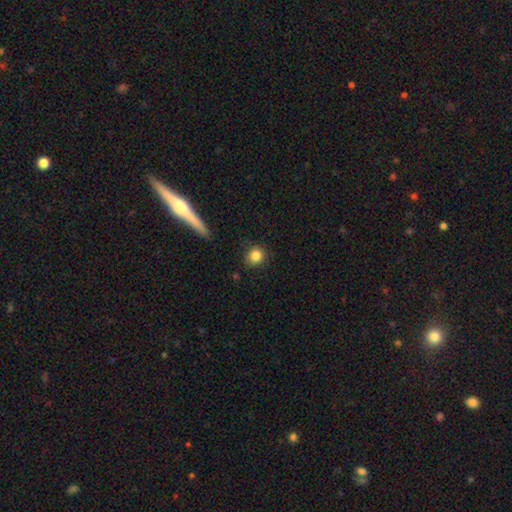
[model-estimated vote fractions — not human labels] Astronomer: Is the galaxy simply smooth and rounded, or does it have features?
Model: smooth — 84%.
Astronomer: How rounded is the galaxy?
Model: round — 86%.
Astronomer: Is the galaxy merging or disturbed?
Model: none — 84%.